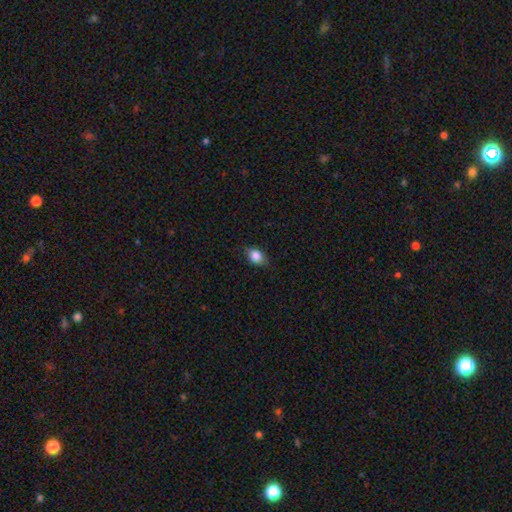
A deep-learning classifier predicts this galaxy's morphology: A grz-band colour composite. It shows a smooth galaxy with no disk features (84%) that is in between round and cigar-shaped (67%). Merging: none (78%).